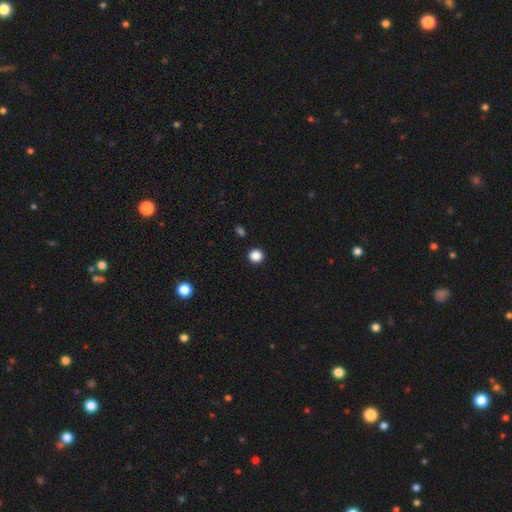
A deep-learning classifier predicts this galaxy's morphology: smooth 87%, star or artifact 11%, featured or disk 2%. Down the decision tree: how rounded — round (90%); merging — none (92%).